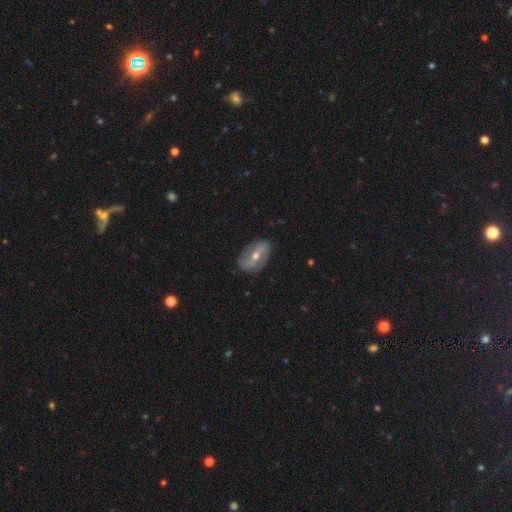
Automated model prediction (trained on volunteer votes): A featured or disk galaxy (73%) with a strong bar (39%), 2 (79%) medium (36%) spiral arms (75%) and a moderate central bulge (62%).

Vote fractions:
- Smooth or featured? featured or disk: 73% / smooth: 19% / star or artifact: 7%
- Edge-on disk? no: 92% / yes: 8%
- Bar? strong: 39% / weak: 38% / no: 22%
- Spiral arms? yes: 75% / no: 25%
- Spiral winding? medium: 36% / loose: 34% / tight: 30%
- Spiral arm count? 2: 79% / can't tell: 13% / 1: 3% / 3: 2% / 4: 1% / more than 4: 1%
- Bulge size? moderate: 62% / small: 35% / large: 2% / none: 1% / dominant: 1%
- Merging? none: 81% / minor disturbance: 14% / major disturbance: 4% / merger: 1%